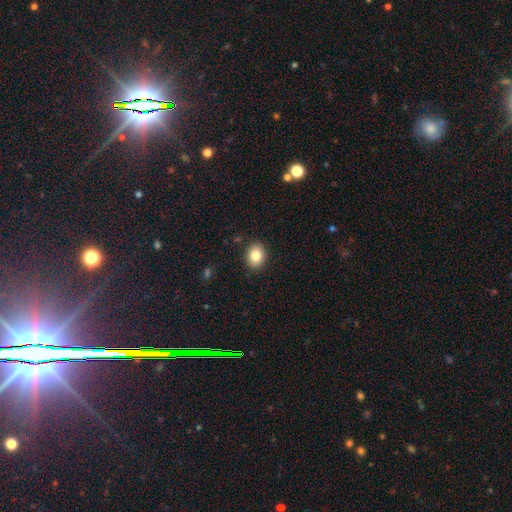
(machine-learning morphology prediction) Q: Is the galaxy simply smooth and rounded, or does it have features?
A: smooth — 84%.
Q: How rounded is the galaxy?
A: in between — 58%.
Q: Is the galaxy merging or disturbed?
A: none — 88%.